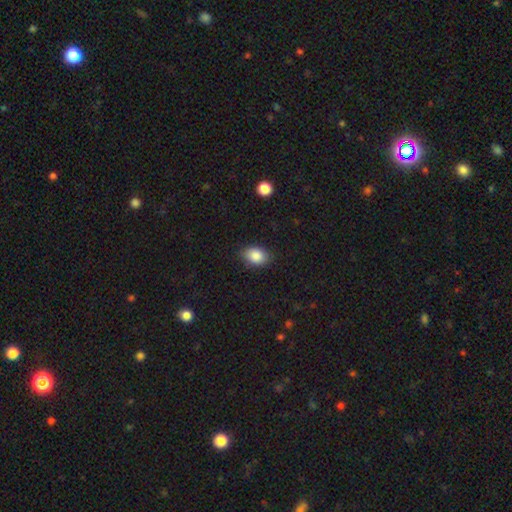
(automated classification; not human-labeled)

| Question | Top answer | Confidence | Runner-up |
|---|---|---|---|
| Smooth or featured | smooth | 87% | star or artifact (8%) |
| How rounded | in between | 78% | round (21%) |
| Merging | none | 85% | minor disturbance (11%) |